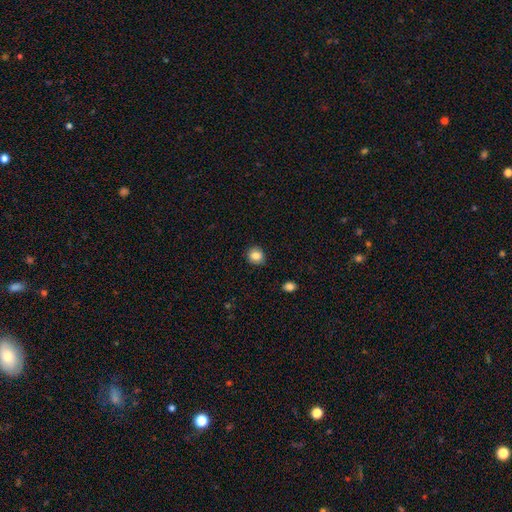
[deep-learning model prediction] Smooth or featured?
  - smooth: 85% *
  - star or artifact: 10%
  - featured or disk: 5%
How rounded?
  - round: 79% *
  - in between: 20%
  - cigar-shaped: 1%
Merging?
  - none: 87% *
  - minor disturbance: 10%
  - major disturbance: 2%
  - merger: 1%